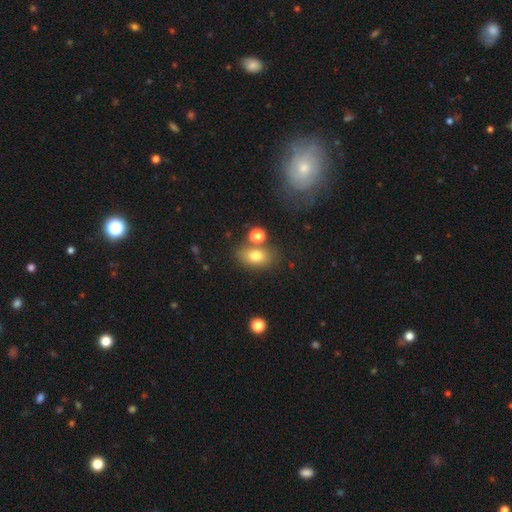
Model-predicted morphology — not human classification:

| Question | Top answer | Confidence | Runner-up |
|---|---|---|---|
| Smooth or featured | smooth | 75% | featured or disk (13%) |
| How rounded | in between | 79% | round (19%) |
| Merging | none | 64% | merger (18%) |